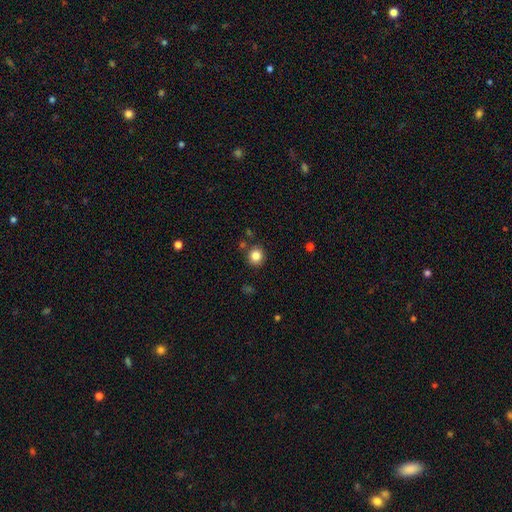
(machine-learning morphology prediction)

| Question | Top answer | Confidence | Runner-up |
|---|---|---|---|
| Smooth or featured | smooth | 84% | star or artifact (11%) |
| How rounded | round | 87% | in between (12%) |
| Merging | none | 85% | minor disturbance (8%) |